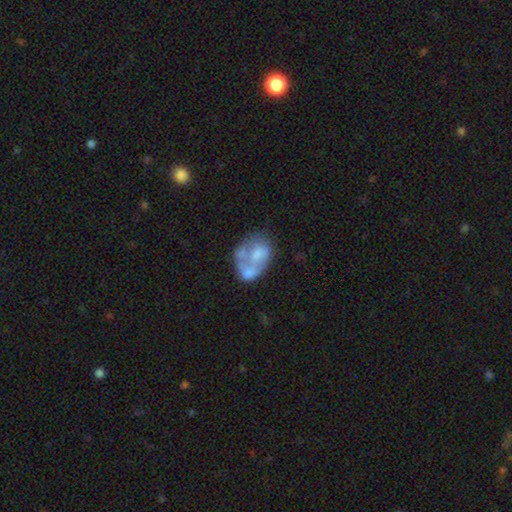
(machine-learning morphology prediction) A featured or disk galaxy (48%).

Vote fractions:
- Smooth or featured? featured or disk: 48% / smooth: 44% / star or artifact: 8%
- Merging? merger: 32% / none: 28% / major disturbance: 21% / minor disturbance: 19%